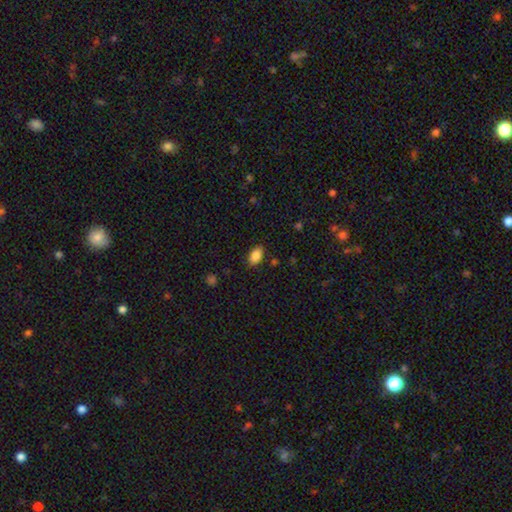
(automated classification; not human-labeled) This appears to be a smooth galaxy with no disk features (87%) that is in between round and cigar-shaped (90%). Merging: none (85%).